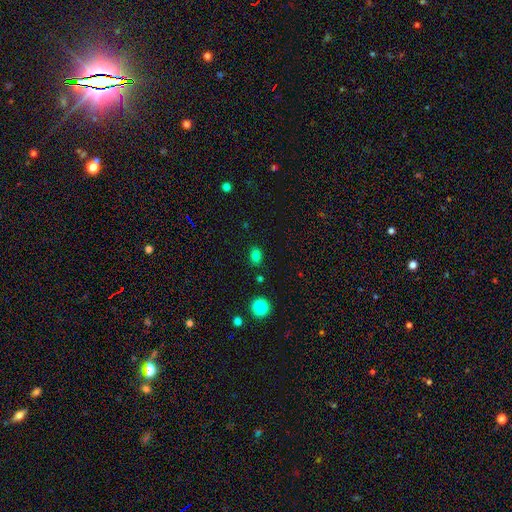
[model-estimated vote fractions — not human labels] Smooth or featured?
  - smooth: 82% *
  - star or artifact: 14%
  - featured or disk: 4%
How rounded?
  - in between: 70% *
  - round: 28%
  - cigar-shaped: 1%
Merging?
  - none: 82% *
  - minor disturbance: 11%
  - major disturbance: 3%
  - merger: 3%